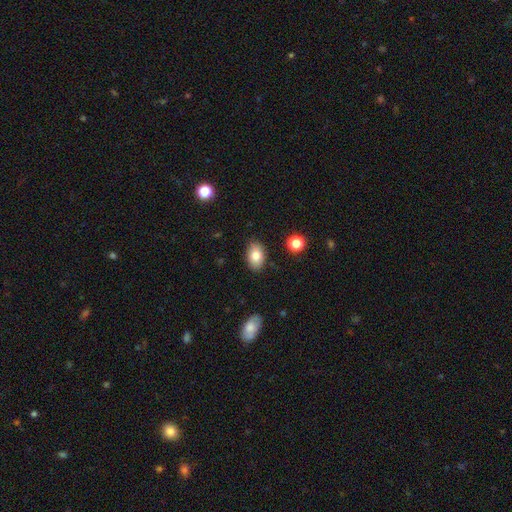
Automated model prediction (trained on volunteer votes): This appears to be a smooth galaxy with no disk features (81%) that is in between round and cigar-shaped (87%). Merging: none (83%).